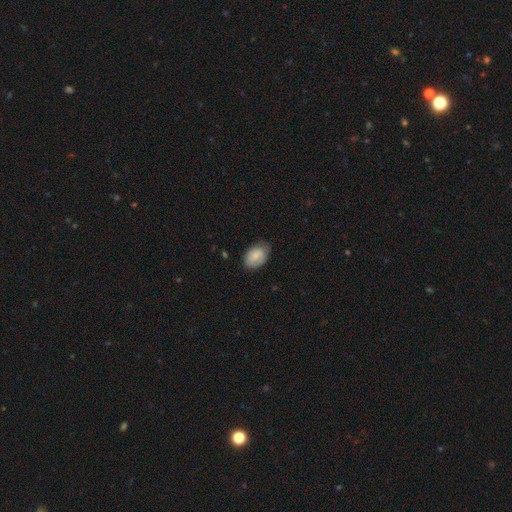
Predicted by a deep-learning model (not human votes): A smooth galaxy with no disk features (78%) that is in between round and cigar-shaped (86%).

Vote fractions:
- Smooth or featured? smooth: 78% / featured or disk: 15% / star or artifact: 7%
- How rounded? in between: 86% / round: 12% / cigar-shaped: 1%
- Merging? none: 65% / minor disturbance: 28% / major disturbance: 6% / merger: 1%